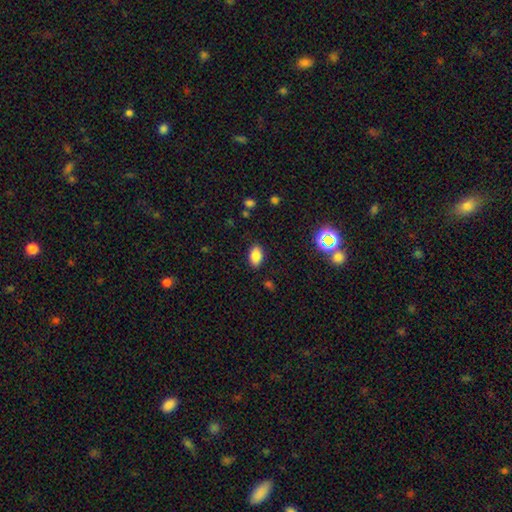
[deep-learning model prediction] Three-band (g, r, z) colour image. It shows a smooth galaxy with no disk features (83%) that is in between round and cigar-shaped (90%). Merging: none (86%).